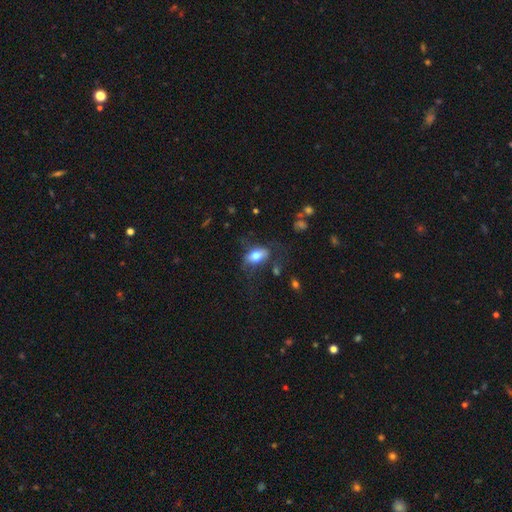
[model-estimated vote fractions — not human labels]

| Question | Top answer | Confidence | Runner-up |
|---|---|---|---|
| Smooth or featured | smooth | 70% | featured or disk (22%) |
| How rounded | in between | 88% | round (8%) |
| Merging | none | 51% | minor disturbance (25%) |